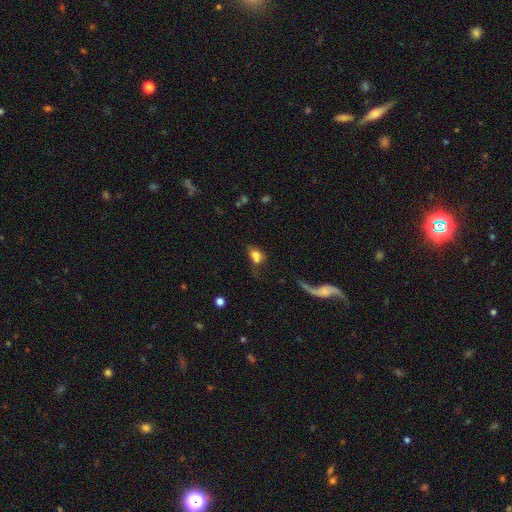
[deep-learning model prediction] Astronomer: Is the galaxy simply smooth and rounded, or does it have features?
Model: smooth — 71%.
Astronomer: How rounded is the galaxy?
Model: in between — 75%.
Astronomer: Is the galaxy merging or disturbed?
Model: merger — 35% (runner-up: none, 30%).